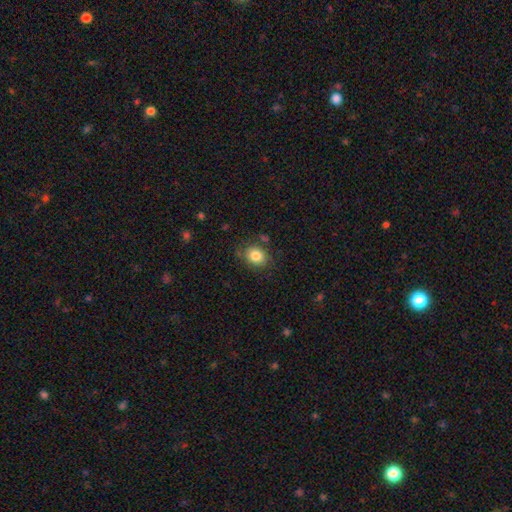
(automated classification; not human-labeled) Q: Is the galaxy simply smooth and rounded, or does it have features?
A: smooth — 83%.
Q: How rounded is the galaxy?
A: round — 60%.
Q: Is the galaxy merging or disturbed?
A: none — 78%.